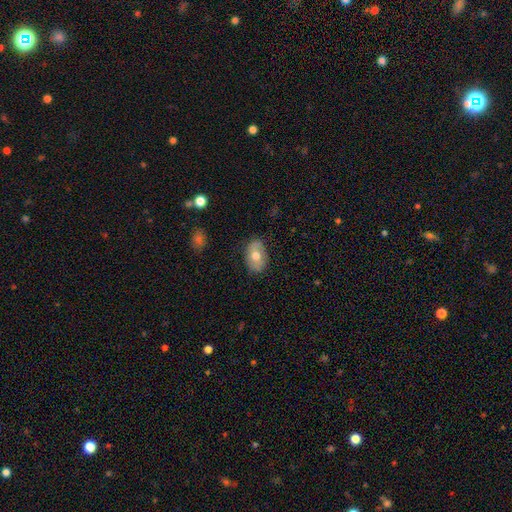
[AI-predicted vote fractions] smooth_or_featured: smooth (p=0.67) [alt: featured or disk p=0.27]
how_rounded: in between (p=0.86) [alt: round p=0.13]
merging: none (p=0.82) [alt: minor disturbance p=0.14]